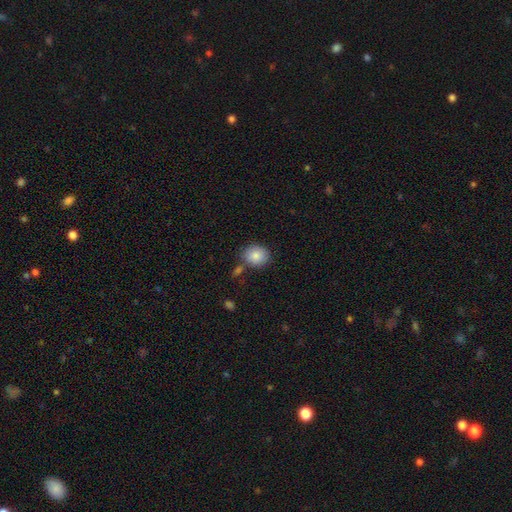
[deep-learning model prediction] A smooth galaxy with no disk features (85%) that is round (71%).

Vote fractions:
- Smooth or featured? smooth: 85% / star or artifact: 8% / featured or disk: 7%
- How rounded? round: 71% / in between: 29% / cigar-shaped: 1%
- Merging? none: 74% / minor disturbance: 13% / merger: 10% / major disturbance: 3%